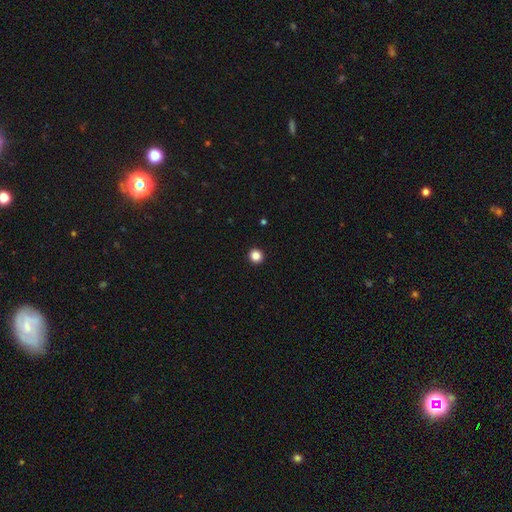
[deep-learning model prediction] The model was most divided on "smooth or featured": smooth: 86%, star or artifact: 11%, featured or disk: 3%. More confident: merging — none (94%); how rounded — round (94%).